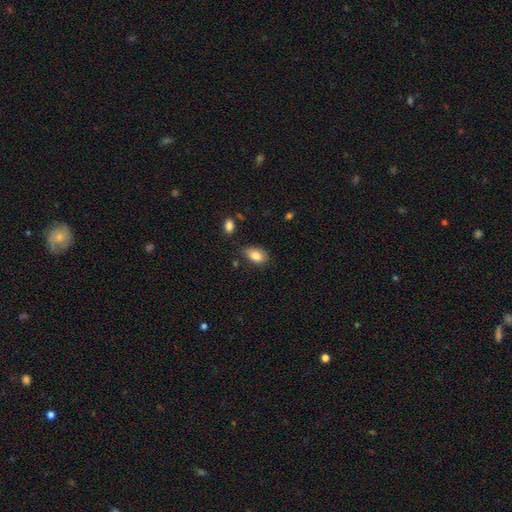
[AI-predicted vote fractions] smooth-or-featured: smooth: 83% | featured or disk: 9% | star or artifact: 7%
  how-rounded: in between: 90% | round: 7% | cigar-shaped: 2%
  merging: none: 76% | minor disturbance: 18% | major disturbance: 3% | merger: 3%